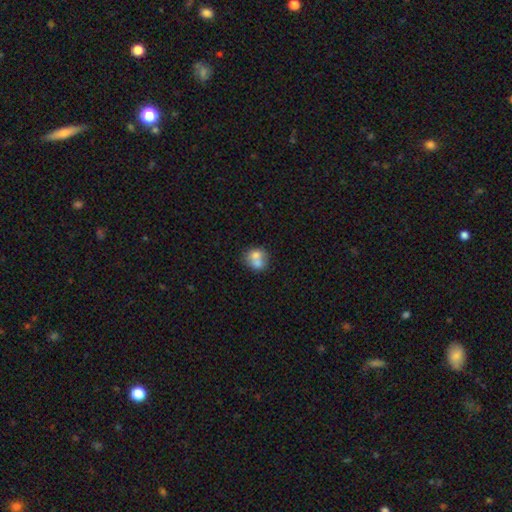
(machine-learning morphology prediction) Smooth or featured: smooth — 69% (featured or disk — 22%)
How rounded: round — 67% (in between — 32%)
Merging: merger — 61% (none — 28%)